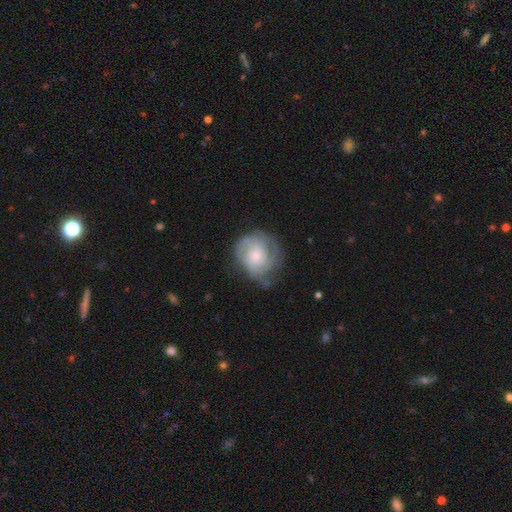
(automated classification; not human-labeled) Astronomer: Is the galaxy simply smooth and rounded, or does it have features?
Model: featured or disk — 71%.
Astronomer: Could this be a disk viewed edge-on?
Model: no — 98%.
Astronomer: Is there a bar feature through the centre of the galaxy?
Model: no — 76%.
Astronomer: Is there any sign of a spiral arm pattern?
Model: yes — 90%.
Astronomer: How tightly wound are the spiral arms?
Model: tight — 63%.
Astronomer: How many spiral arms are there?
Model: can't tell — 37% (runner-up: 2, 24%).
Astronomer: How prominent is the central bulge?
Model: small — 49% (runner-up: moderate, 41%).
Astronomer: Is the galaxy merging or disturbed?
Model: none — 64%.